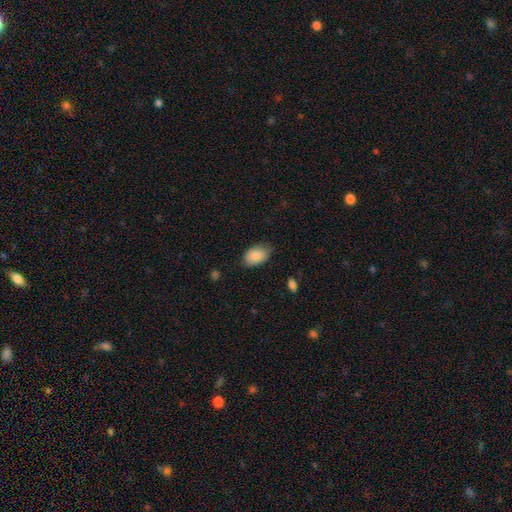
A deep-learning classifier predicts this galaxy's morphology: Q: Smooth or featured?
A: smooth (87%); runner-up: featured or disk (7%)
Q: How rounded?
A: in between (90%); runner-up: round (9%)
Q: Merging?
A: none (75%); runner-up: minor disturbance (20%)